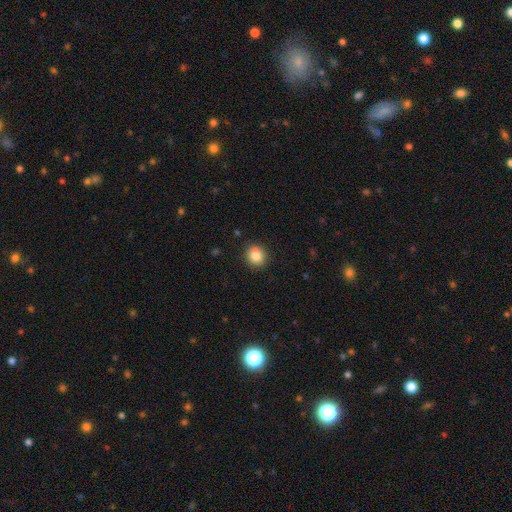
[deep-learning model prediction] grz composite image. It shows a smooth galaxy with no disk features (84%) that is round (85%). Merging: none (87%).